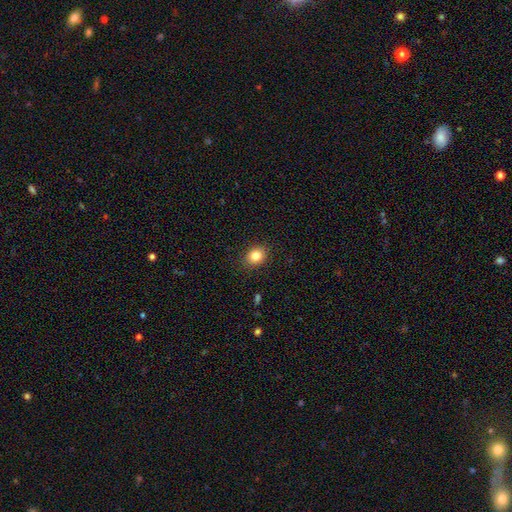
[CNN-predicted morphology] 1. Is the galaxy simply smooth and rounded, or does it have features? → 83% smooth, 10% star or artifact, 7% featured or disk.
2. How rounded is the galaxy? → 53% round, 46% in between, 1% cigar-shaped.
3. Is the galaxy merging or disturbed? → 88% none, 8% minor disturbance, 2% major disturbance, 1% merger.